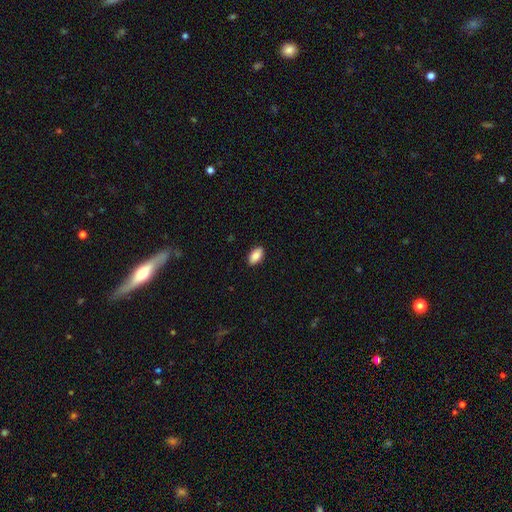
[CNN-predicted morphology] smooth-or-featured: smooth: 88% | star or artifact: 7% | featured or disk: 5%
  how-rounded: in between: 94% | round: 4% | cigar-shaped: 3%
  merging: none: 90% | minor disturbance: 7% | major disturbance: 2% | merger: 1%